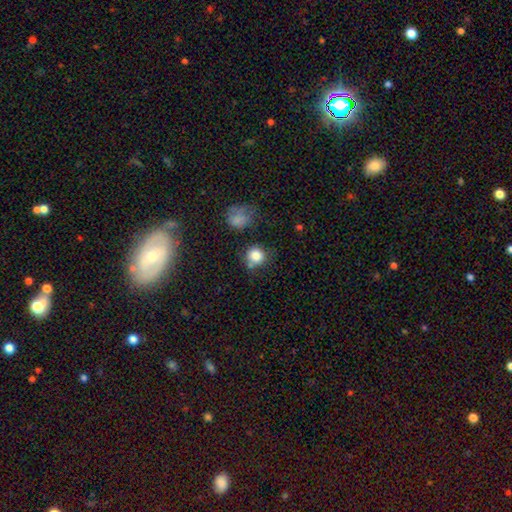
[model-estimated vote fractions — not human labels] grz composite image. It shows a smooth galaxy with no disk features (83%) that is round (87%). Merging: none (66%).